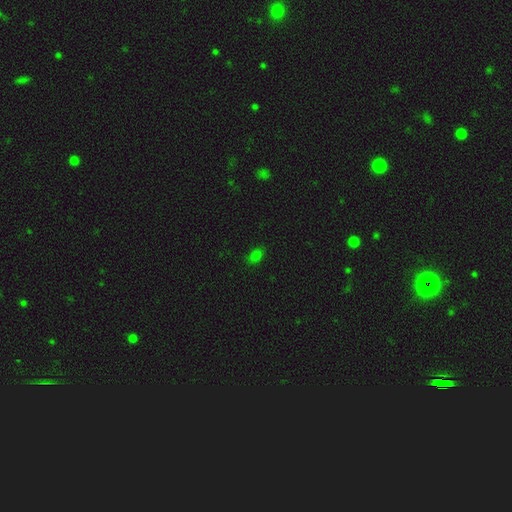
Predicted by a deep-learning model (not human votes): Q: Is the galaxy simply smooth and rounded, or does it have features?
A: smooth — 76%.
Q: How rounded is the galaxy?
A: in between — 84%.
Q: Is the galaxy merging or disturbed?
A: none — 84%.